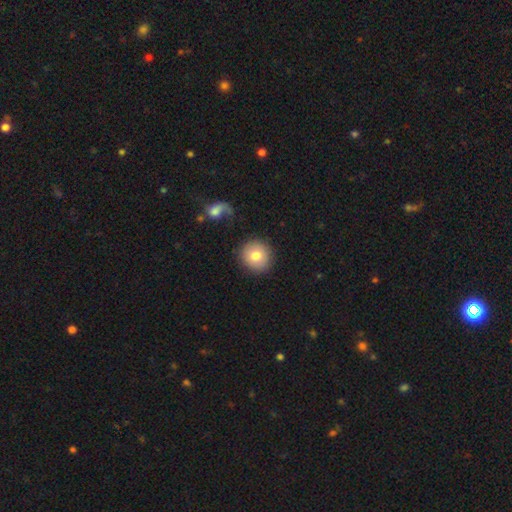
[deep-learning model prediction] This appears to be a smooth galaxy with no disk features (79%) that is round (91%). Merging: none (86%).